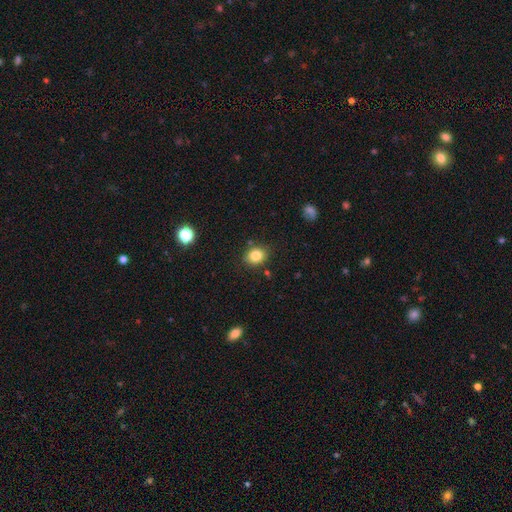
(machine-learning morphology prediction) This appears to be a smooth galaxy with no disk features (82%) that is round (56%). Merging: none (82%).